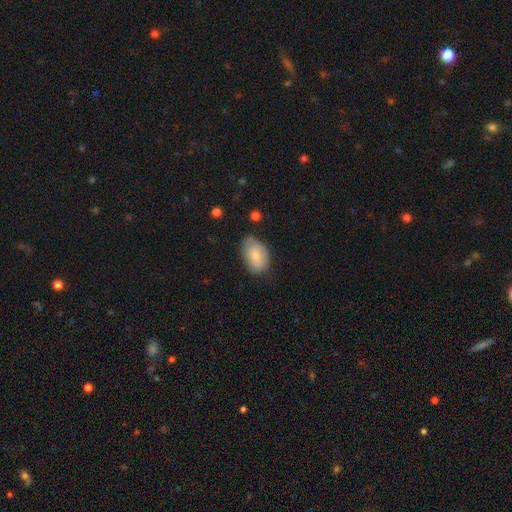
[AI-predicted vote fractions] Smooth or featured? Predicted: smooth (p=0.76). How rounded? Predicted: in between (p=0.89). Merging? Predicted: none (p=0.66).